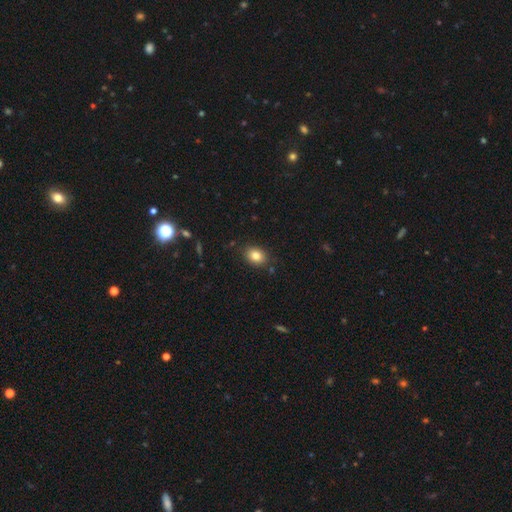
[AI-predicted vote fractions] smooth 83%, star or artifact 9%, featured or disk 8%. Down the decision tree: how rounded — in between (69%); merging — none (85%).